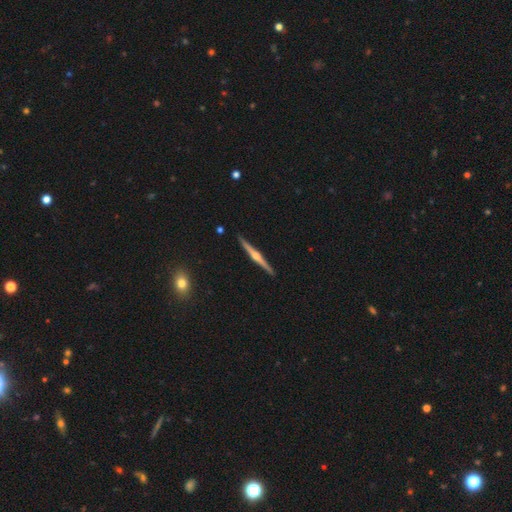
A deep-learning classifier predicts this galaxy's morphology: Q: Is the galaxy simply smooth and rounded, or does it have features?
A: featured or disk — 83%.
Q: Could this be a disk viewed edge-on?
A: yes — 99%.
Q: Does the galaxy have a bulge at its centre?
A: rounded — 93%.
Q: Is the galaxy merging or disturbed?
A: none — 92%.